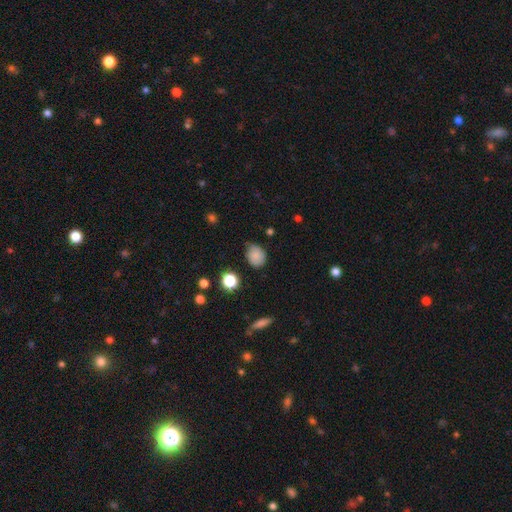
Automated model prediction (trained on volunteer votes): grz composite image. It shows a smooth galaxy with no disk features (83%) that is round (54%). Merging: none (69%).